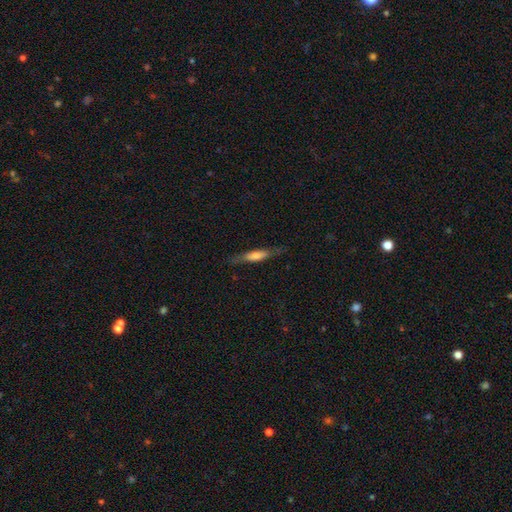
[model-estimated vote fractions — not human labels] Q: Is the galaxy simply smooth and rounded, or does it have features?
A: smooth — 47%.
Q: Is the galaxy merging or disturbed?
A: none — 79%.